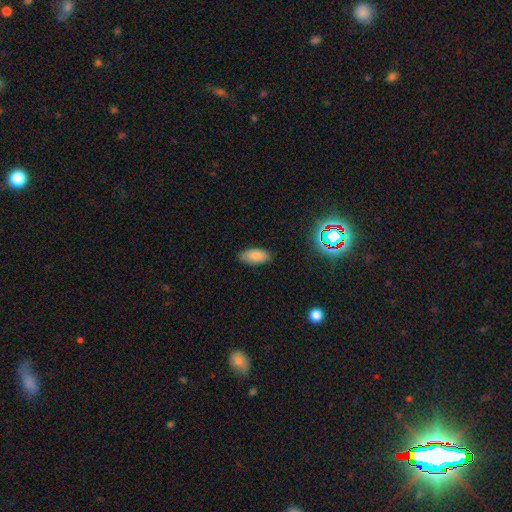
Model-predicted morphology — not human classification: smooth_or_featured: smooth (p=0.82) [alt: star or artifact p=0.10]
how_rounded: in between (p=0.91) [alt: cigar-shaped p=0.07]
merging: none (p=0.83) [alt: minor disturbance p=0.14]